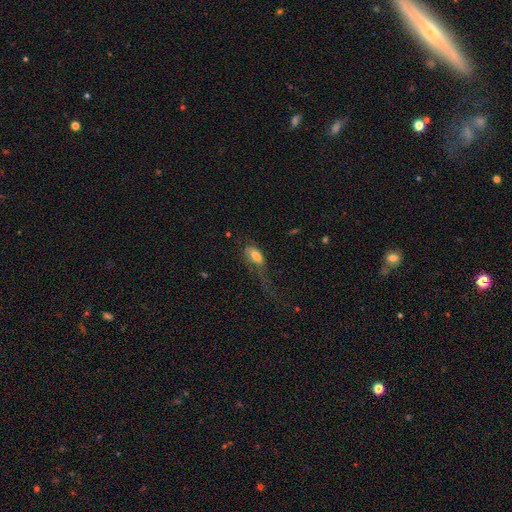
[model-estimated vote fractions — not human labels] Smooth or featured? smooth (71%)
How rounded? in between (85%)
Merging? major disturbance (56%)